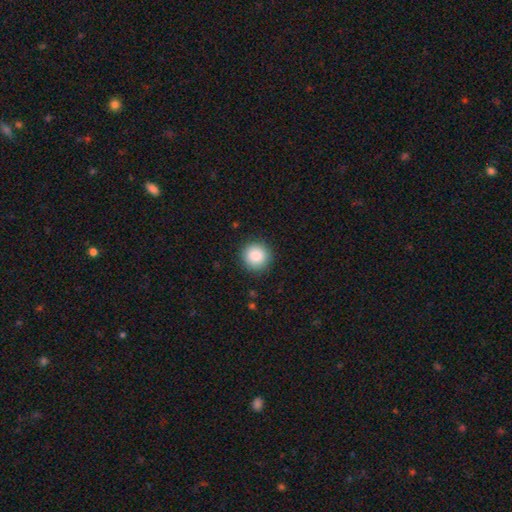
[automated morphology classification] Overall: smooth (87%). How rounded: round (94%). Merging: none (91%).